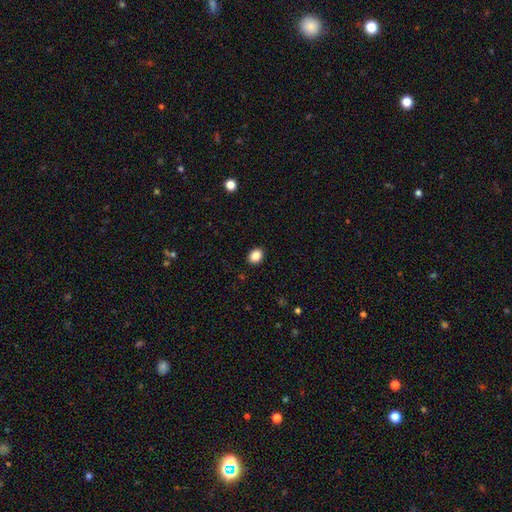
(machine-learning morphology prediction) This is clearly a smooth galaxy (87%). How rounded: possibly in between (53%). Merging: clearly none (91%).